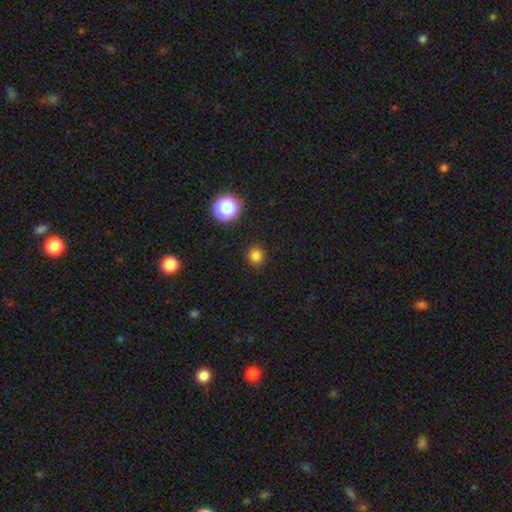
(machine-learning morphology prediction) smooth_or_featured: smooth (p=0.80) [alt: star or artifact p=0.16]
how_rounded: round (p=0.89) [alt: in between p=0.10]
merging: none (p=0.90) [alt: minor disturbance p=0.07]